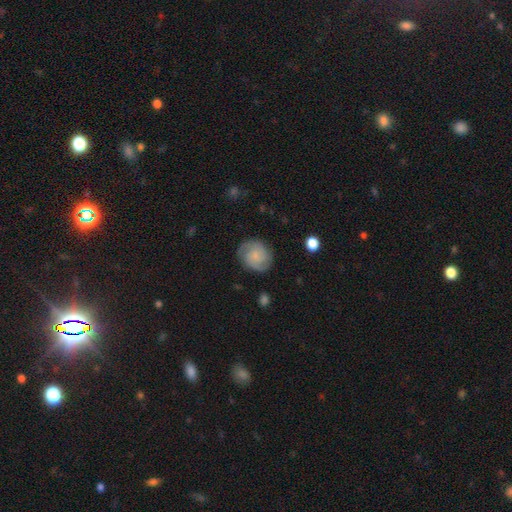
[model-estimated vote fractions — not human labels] Smooth or featured? Predicted: featured or disk (p=0.48). Merging? Predicted: none (p=0.78).